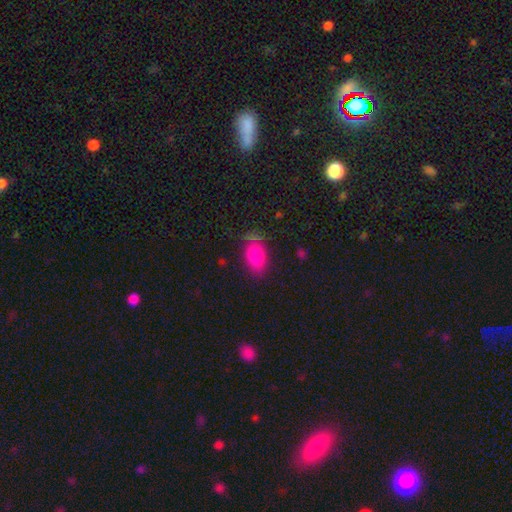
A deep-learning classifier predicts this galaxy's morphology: smooth_or_featured: smooth (p=0.81) [alt: star or artifact p=0.10]
how_rounded: in between (p=0.85) [alt: round p=0.12]
merging: none (p=0.68) [alt: minor disturbance p=0.21]